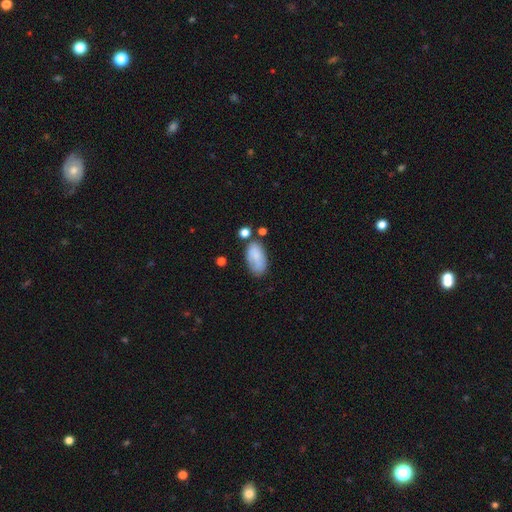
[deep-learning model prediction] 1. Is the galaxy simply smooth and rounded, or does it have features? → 78% smooth, 14% featured or disk, 8% star or artifact.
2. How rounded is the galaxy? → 94% in between, 4% round, 2% cigar-shaped.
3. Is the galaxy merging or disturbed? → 56% none, 25% minor disturbance, 10% merger, 8% major disturbance.